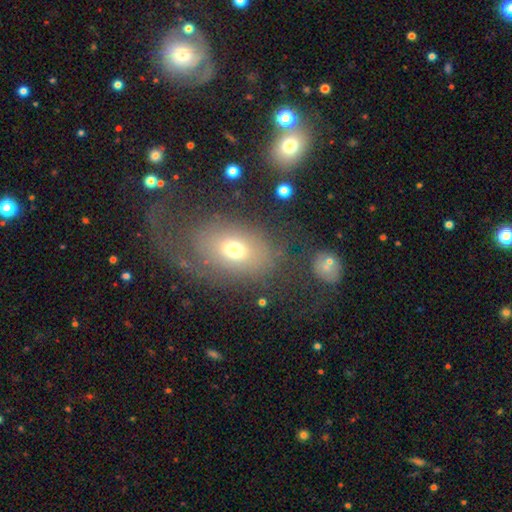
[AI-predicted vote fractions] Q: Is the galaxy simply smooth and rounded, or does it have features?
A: smooth — 51%.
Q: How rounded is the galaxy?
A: in between — 73%.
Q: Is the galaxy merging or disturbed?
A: major disturbance — 39%.